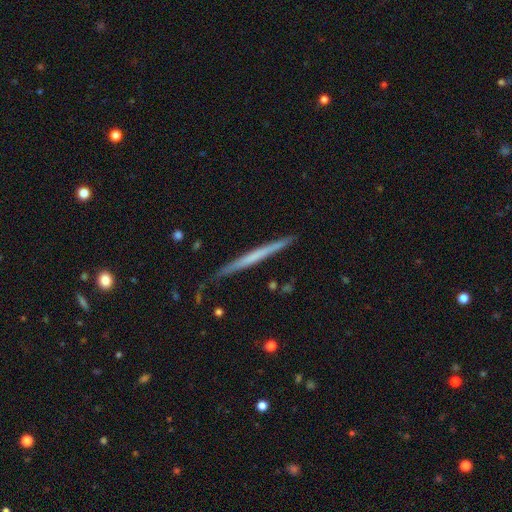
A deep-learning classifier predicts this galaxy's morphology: Smooth or featured?
  - featured or disk: 51% *
  - smooth: 44%
  - star or artifact: 5%
Edge-on disk?
  - yes: 97% *
  - no: 3%
Merging?
  - none: 82% *
  - minor disturbance: 14%
  - major disturbance: 2%
  - merger: 2%